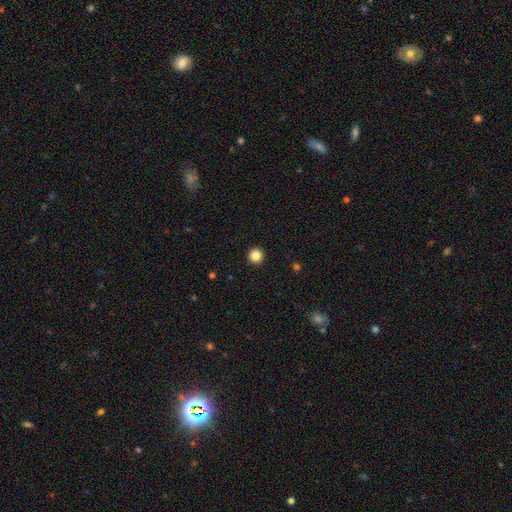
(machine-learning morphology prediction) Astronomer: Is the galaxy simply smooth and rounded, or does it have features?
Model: smooth — 86%.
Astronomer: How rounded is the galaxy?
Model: round — 96%.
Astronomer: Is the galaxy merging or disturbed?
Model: none — 94%.